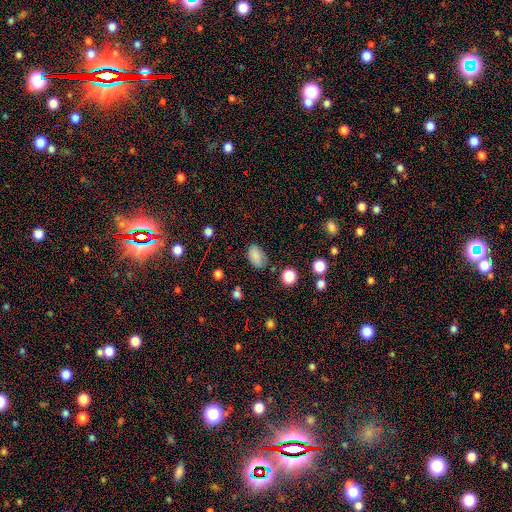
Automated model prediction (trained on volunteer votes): This appears to be a smooth galaxy with no disk features (82%) that is in between round and cigar-shaped (91%). Merging: none (74%).